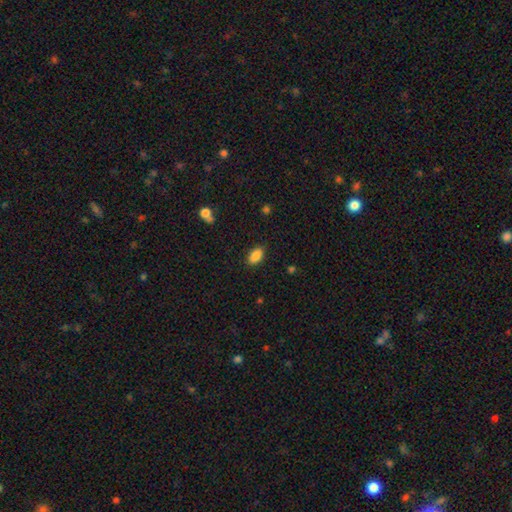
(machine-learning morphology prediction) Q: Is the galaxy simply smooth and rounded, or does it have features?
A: smooth — 88%.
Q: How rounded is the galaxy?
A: in between — 91%.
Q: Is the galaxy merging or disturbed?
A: none — 86%.